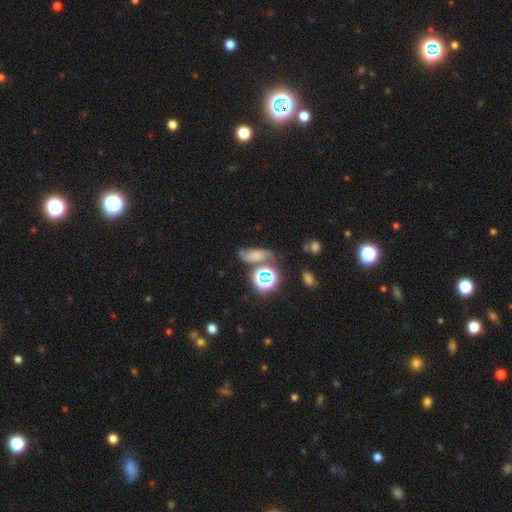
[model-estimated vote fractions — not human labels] This appears to be a smooth galaxy with no disk features (42%). Merging: none (46%).